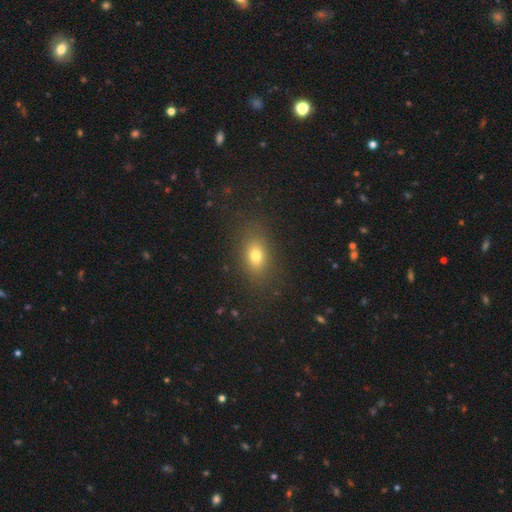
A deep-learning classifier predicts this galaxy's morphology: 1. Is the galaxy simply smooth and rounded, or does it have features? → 75% smooth, 14% star or artifact, 11% featured or disk.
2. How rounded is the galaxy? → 74% in between, 23% round, 3% cigar-shaped.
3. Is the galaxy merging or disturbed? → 84% none, 10% minor disturbance, 4% major disturbance, 1% merger.